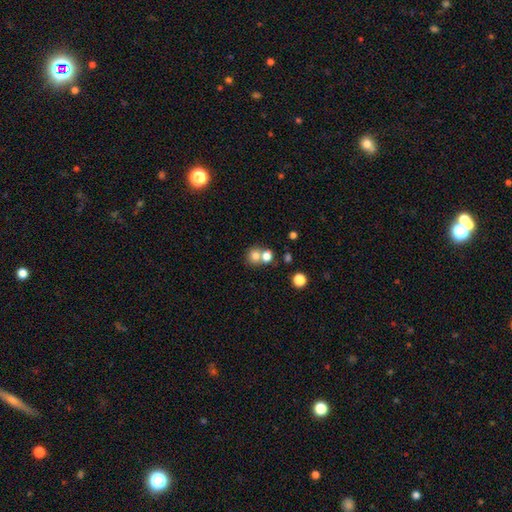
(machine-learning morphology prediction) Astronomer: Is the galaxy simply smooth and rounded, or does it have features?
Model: smooth — 76%.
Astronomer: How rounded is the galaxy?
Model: round — 81%.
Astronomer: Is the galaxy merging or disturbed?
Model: none — 45%, tied with merger at 45%.